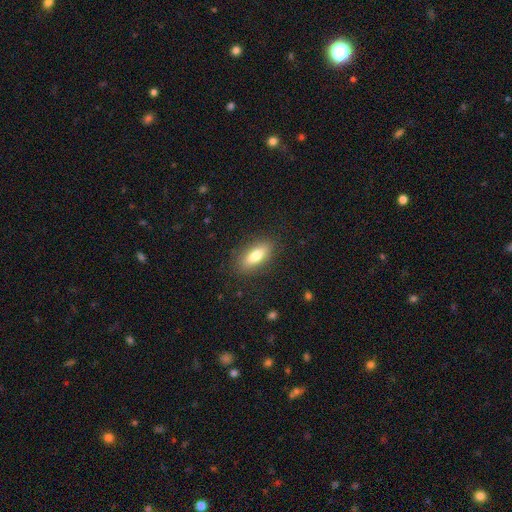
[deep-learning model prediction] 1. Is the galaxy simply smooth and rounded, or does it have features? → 77% smooth, 16% featured or disk, 7% star or artifact.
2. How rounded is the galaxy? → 75% in between, 22% cigar-shaped, 3% round.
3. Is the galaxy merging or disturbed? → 86% none, 10% minor disturbance, 3% major disturbance, 1% merger.